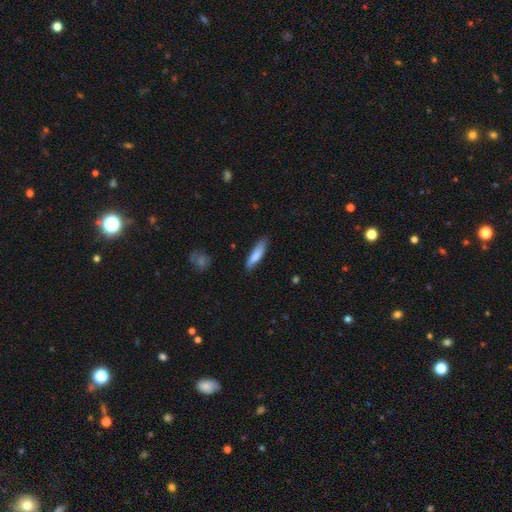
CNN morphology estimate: smooth_or_featured: smooth (p=0.79) [alt: featured or disk p=0.15]
how_rounded: cigar-shaped (p=0.70) [alt: in between p=0.28]
merging: none (p=0.79) [alt: minor disturbance p=0.17]